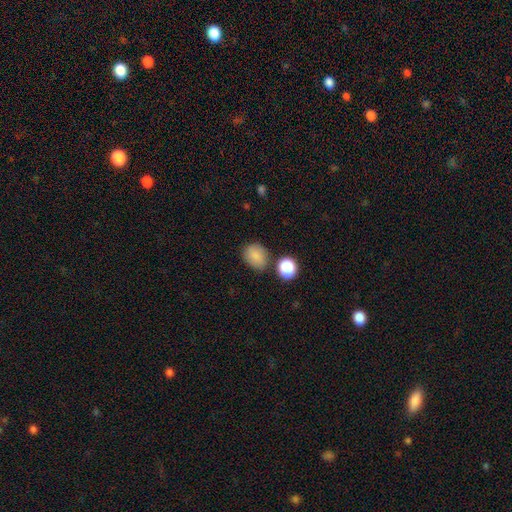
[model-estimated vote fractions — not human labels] Q: Smooth or featured?
A: smooth (82%); runner-up: star or artifact (11%)
Q: How rounded?
A: round (57%); runner-up: in between (42%)
Q: Merging?
A: none (74%); runner-up: minor disturbance (15%)